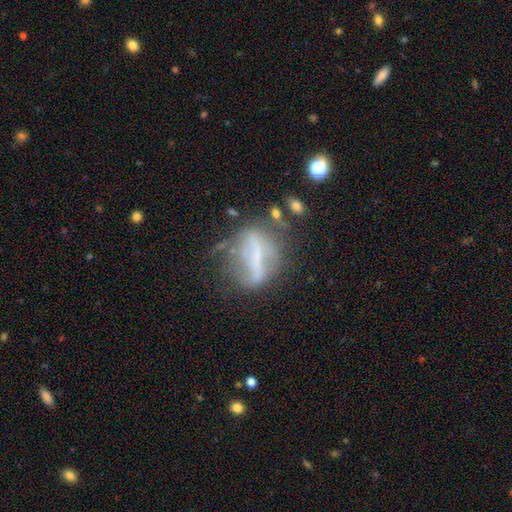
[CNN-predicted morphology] Overall: featured or disk (58%; smooth 29%). Edge-on disk: no (77%). Merging: none (42%; major disturbance 25%).